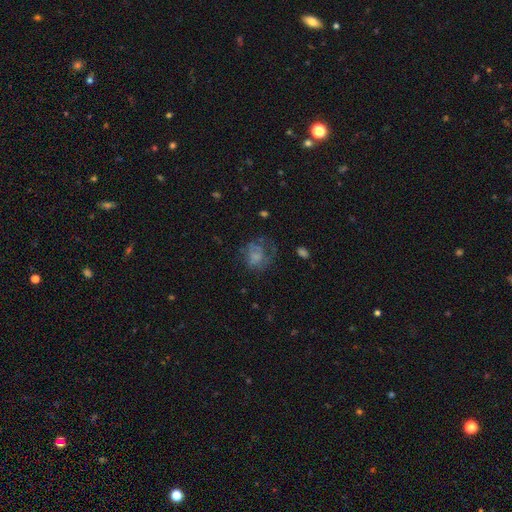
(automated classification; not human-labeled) This appears to be a smooth galaxy with no disk features (46%). Merging: none (40%).